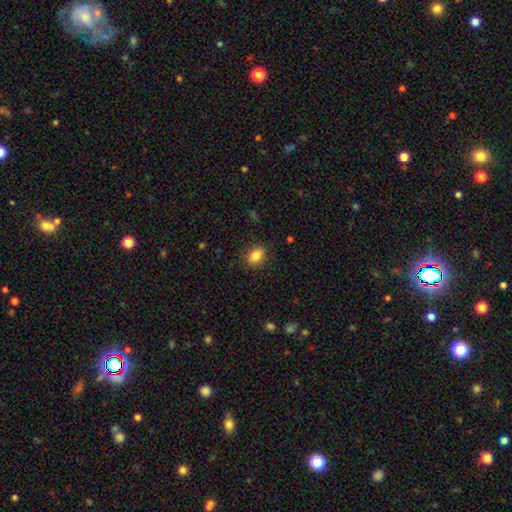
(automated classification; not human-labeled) A smooth galaxy with no disk features (84%) that is in between round and cigar-shaped (62%). Merging: none (85%).